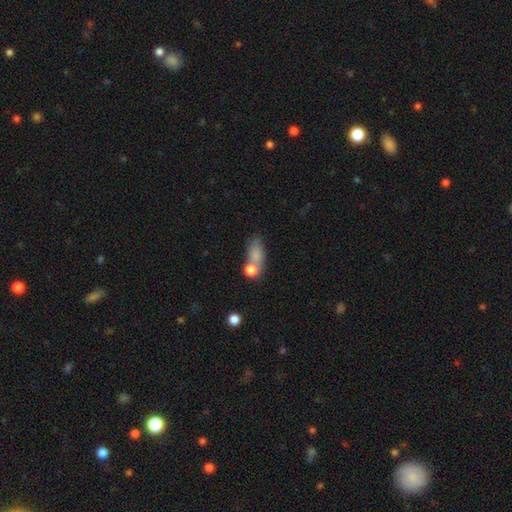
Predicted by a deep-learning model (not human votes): The model was most divided on "merging": none: 39%, merger: 35%, minor disturbance: 15%, major disturbance: 10%. More confident: smooth or featured — smooth (76%); how rounded — in between (68%).